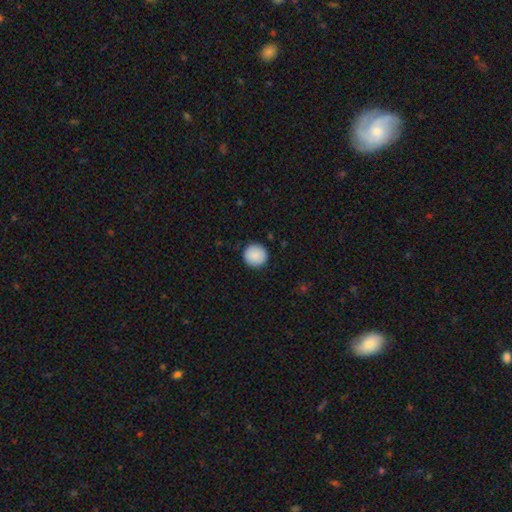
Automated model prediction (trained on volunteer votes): This is clearly a smooth galaxy (89%). How rounded: clearly round (96%). Merging: clearly none (92%).